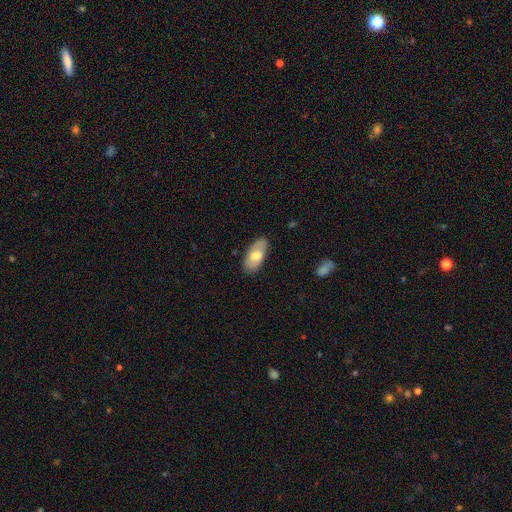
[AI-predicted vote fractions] This is likely a smooth galaxy (71%). How rounded: clearly in between (91%). Merging: clearly none (81%).